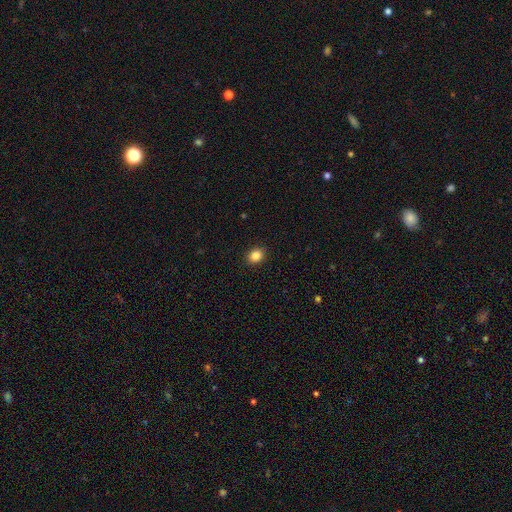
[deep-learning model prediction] smooth-or-featured: smooth: 85% | star or artifact: 10% | featured or disk: 4%
  how-rounded: round: 57% | in between: 43% | cigar-shaped: 1%
  merging: none: 91% | minor disturbance: 6% | major disturbance: 2% | merger: 1%